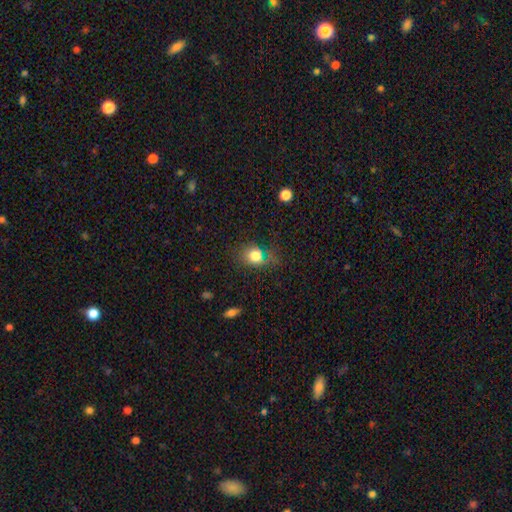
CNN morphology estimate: type=smooth (78%); roundness=round (54%); merging=none (59%).